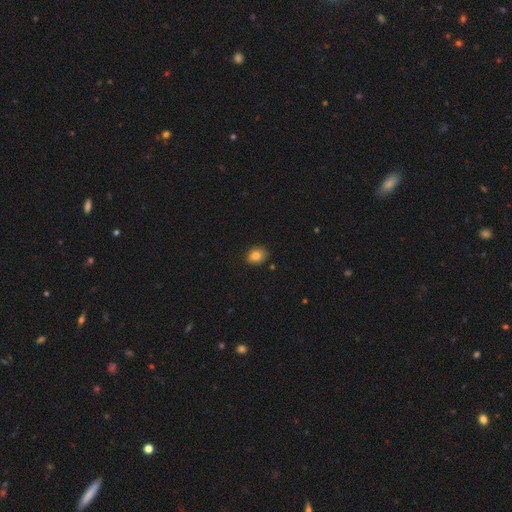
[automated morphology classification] Q: Smooth or featured?
A: smooth (84%); runner-up: star or artifact (10%)
Q: How rounded?
A: in between (50%); runner-up: round (49%)
Q: Merging?
A: none (83%); runner-up: minor disturbance (13%)